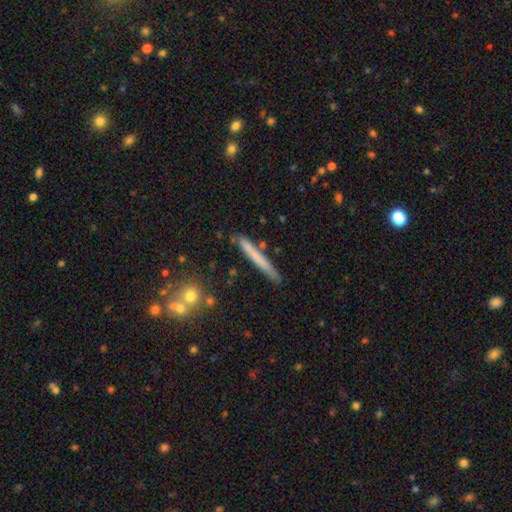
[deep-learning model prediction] smooth-or-featured: smooth: 61% | featured or disk: 32% | star or artifact: 7%
  how-rounded: cigar-shaped: 96% | in between: 2% | round: 1%
  merging: none: 84% | minor disturbance: 10% | merger: 3% | major disturbance: 2%